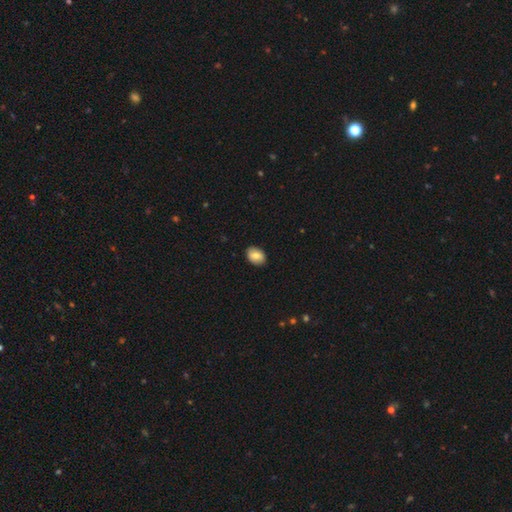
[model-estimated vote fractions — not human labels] This is likely a smooth galaxy (79%). How rounded: likely in between (77%). Merging: clearly none (88%).